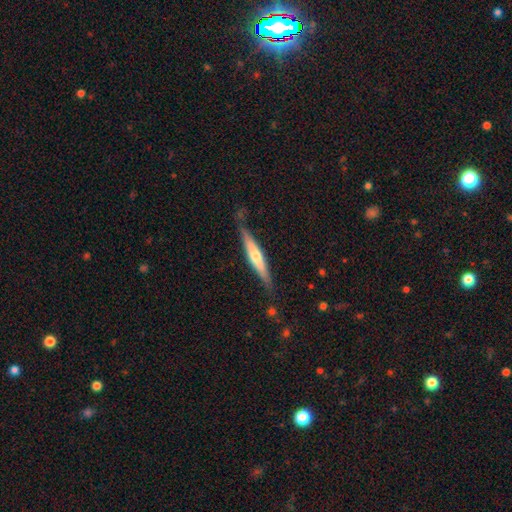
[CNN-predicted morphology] Q: Smooth or featured?
A: featured or disk (54%); runner-up: smooth (41%)
Q: Edge-on disk?
A: yes (94%); runner-up: no (6%)
Q: Edge-on bulge?
A: rounded (77%); runner-up: none (16%)
Q: Merging?
A: none (79%); runner-up: minor disturbance (15%)